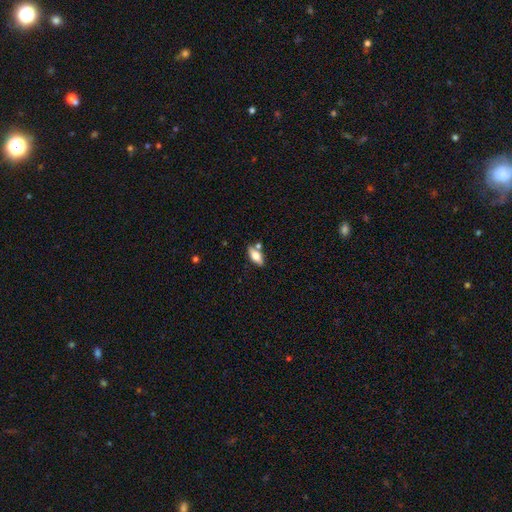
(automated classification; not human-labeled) The model was most divided on "smooth or featured": smooth: 62%, featured or disk: 31%, star or artifact: 7%. More confident: how rounded — in between (77%); merging — none (71%).